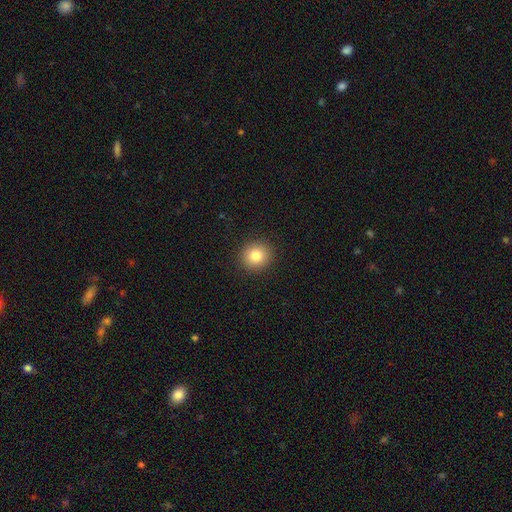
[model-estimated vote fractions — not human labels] A smooth galaxy with no disk features (82%) that is round (88%).

Vote fractions:
- Smooth or featured? smooth: 82% / star or artifact: 11% / featured or disk: 7%
- How rounded? round: 88% / in between: 11% / cigar-shaped: 1%
- Merging? none: 92% / minor disturbance: 5% / major disturbance: 2% / merger: 1%